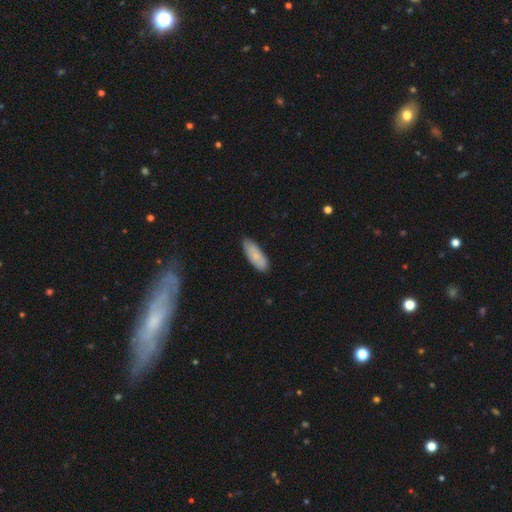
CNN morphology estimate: A smooth galaxy with no disk features (76%) that is in between round and cigar-shaped (72%). Merging: none (84%).